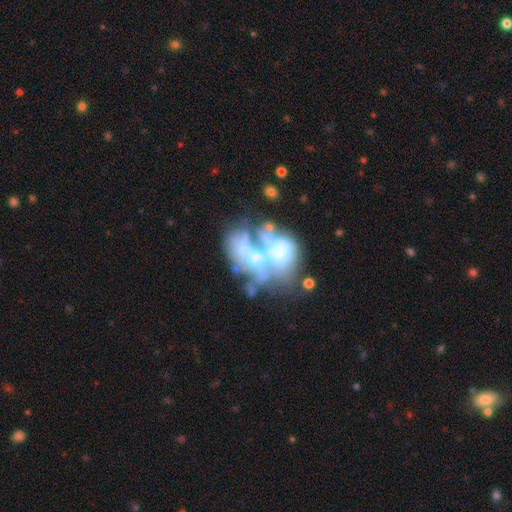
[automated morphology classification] Smooth or featured? Predicted: featured or disk (p=0.66). Edge-on disk? Predicted: no (p=0.97). Bar? Predicted: no (p=0.83). Spiral arms? Predicted: no (p=0.86). Bulge size? Predicted: none (p=0.39). Merging? Predicted: merger (p=0.50).